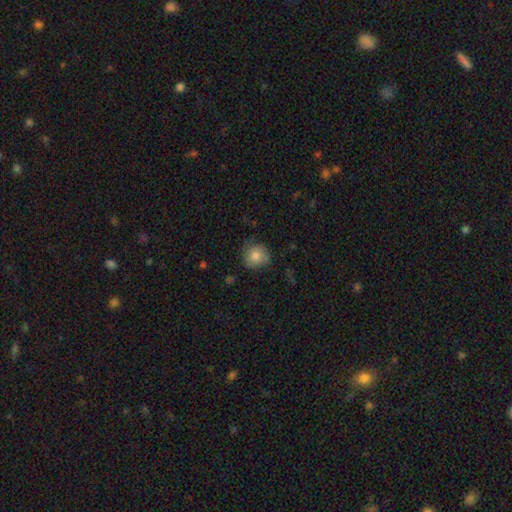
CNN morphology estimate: Smooth or featured?
  - smooth: 81% *
  - featured or disk: 10%
  - star or artifact: 9%
How rounded?
  - round: 88% *
  - in between: 11%
  - cigar-shaped: 1%
Merging?
  - none: 72% *
  - minor disturbance: 22%
  - major disturbance: 5%
  - merger: 1%